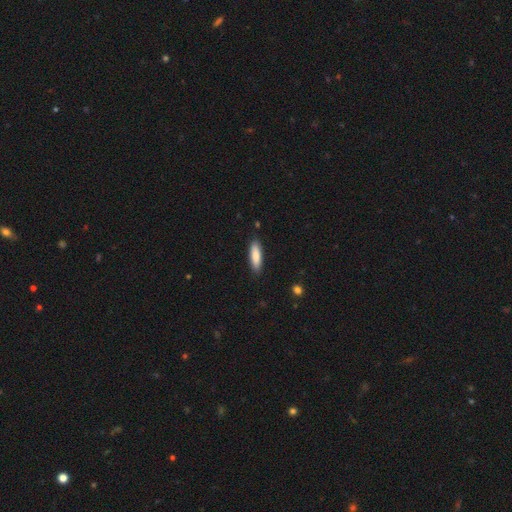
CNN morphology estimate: A smooth galaxy with no disk features (85%) that is cigar-shaped (57%). Merging: none (89%).